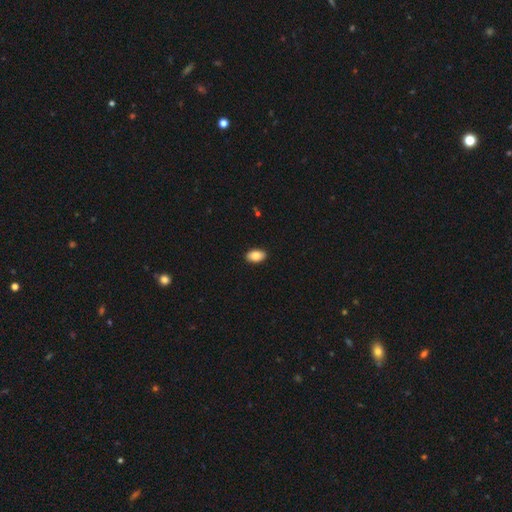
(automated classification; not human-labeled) Smooth or featured: smooth — 87% (star or artifact — 7%)
How rounded: in between — 92% (round — 7%)
Merging: none — 90% (minor disturbance — 7%)